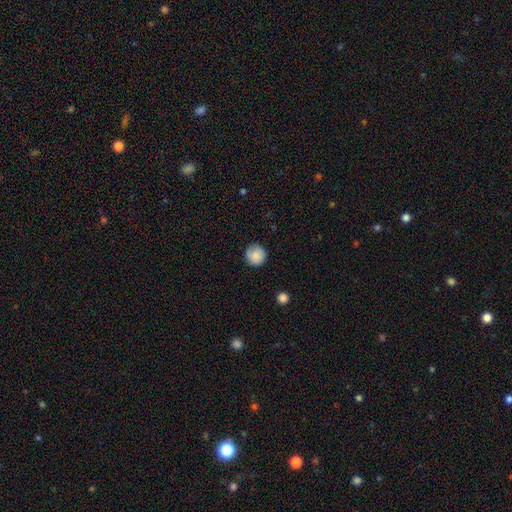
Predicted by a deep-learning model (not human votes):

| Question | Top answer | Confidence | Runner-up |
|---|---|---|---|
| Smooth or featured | smooth | 81% | featured or disk (11%) |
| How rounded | round | 93% | in between (6%) |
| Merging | none | 83% | minor disturbance (13%) |